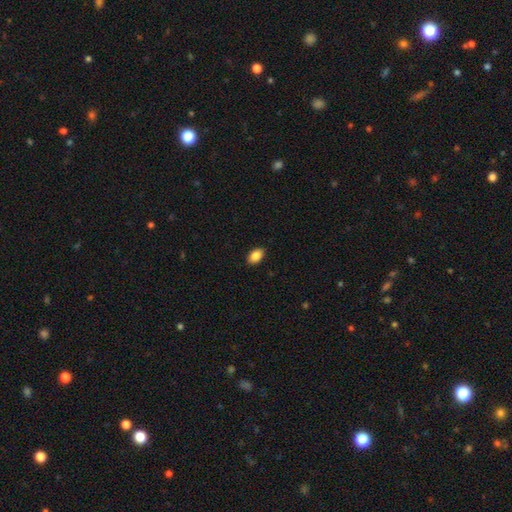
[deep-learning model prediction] A smooth galaxy with no disk features (87%) that is in between round and cigar-shaped (88%).

Vote fractions:
- Smooth or featured? smooth: 87% / star or artifact: 8% / featured or disk: 5%
- How rounded? in between: 88% / round: 10% / cigar-shaped: 1%
- Merging? none: 89% / minor disturbance: 8% / major disturbance: 2% / merger: 1%